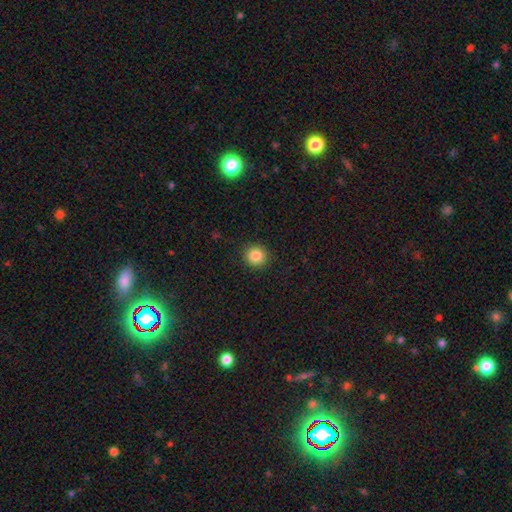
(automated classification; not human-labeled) smooth-or-featured: smooth: 85% | star or artifact: 10% | featured or disk: 5%
  how-rounded: round: 92% | in between: 7% | cigar-shaped: 1%
  merging: none: 92% | minor disturbance: 5% | major disturbance: 2% | merger: 1%